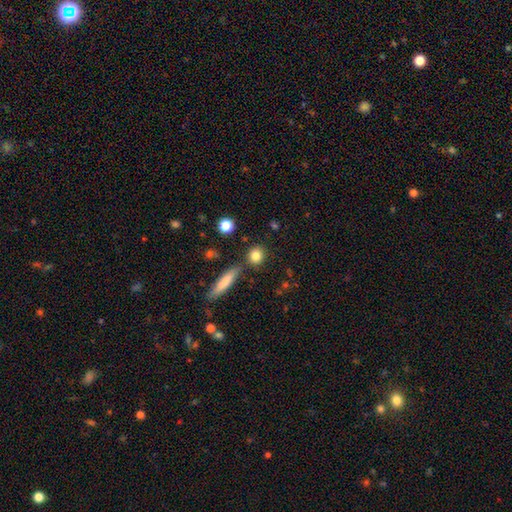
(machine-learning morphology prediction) This is clearly a smooth galaxy (82%). How rounded: likely round (77%). Merging: clearly none (80%).